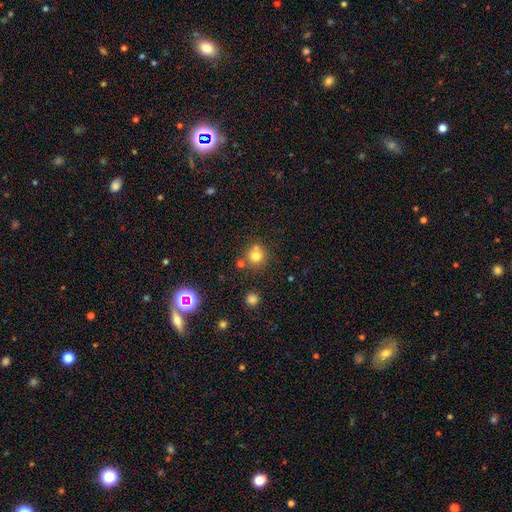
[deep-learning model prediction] A smooth galaxy with no disk features (78%) that is round (88%).

Vote fractions:
- Smooth or featured? smooth: 78% / star or artifact: 14% / featured or disk: 8%
- How rounded? round: 88% / in between: 11% / cigar-shaped: 1%
- Merging? none: 68% / merger: 16% / minor disturbance: 12% / major disturbance: 4%